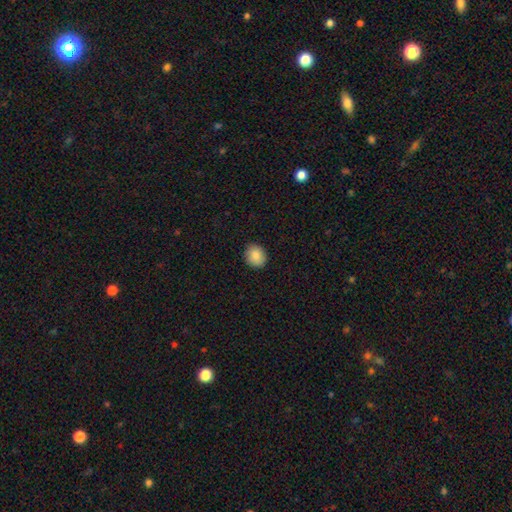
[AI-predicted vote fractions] The model was most divided on "how rounded": round: 69%, in between: 30%, cigar-shaped: 1%. More confident: merging — none (90%); smooth or featured — smooth (87%).